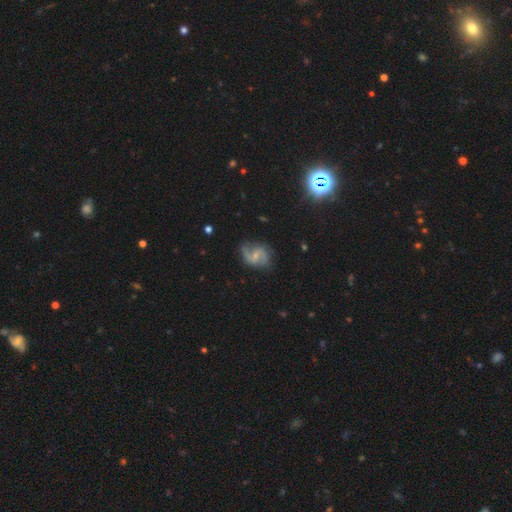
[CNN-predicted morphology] This is clearly a featured or disk galaxy (82%). It is clearly not viewed edge-on (98%). Bar: possibly weak (48%). Spiral arm pattern: clearly yes (95%). Spiral arm count: clearly 2 (88%). Spiral winding: possibly loose (51%). Central bulge: likely small (63%). Merging: likely none (70%).